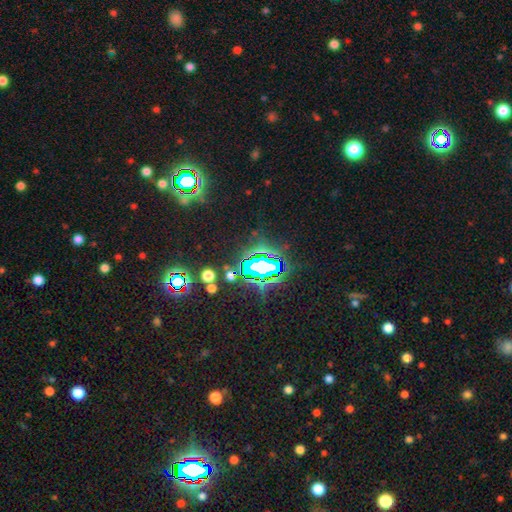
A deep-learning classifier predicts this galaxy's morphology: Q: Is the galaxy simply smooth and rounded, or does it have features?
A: star or artifact — 83%.